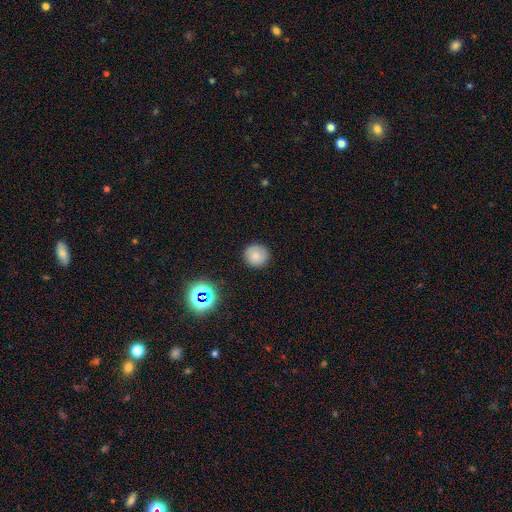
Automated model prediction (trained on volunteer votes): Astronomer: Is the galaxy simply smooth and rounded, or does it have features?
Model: smooth — 78%.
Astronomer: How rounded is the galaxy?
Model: round — 94%.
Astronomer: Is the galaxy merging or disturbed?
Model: none — 90%.